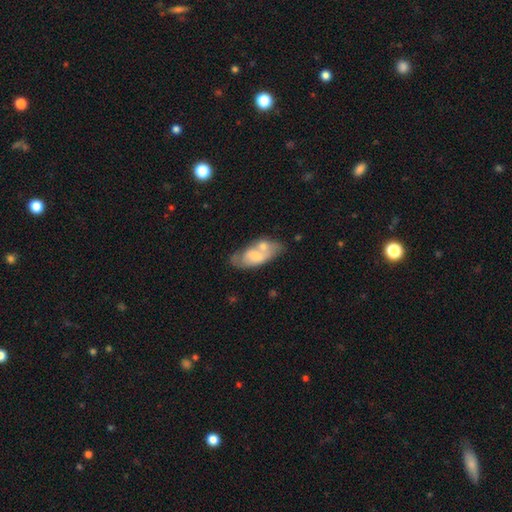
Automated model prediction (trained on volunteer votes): smooth 54%, featured or disk 40%, star or artifact 6%. Down the decision tree: how rounded — in between (88%); merging — none (36%, tied with merger).